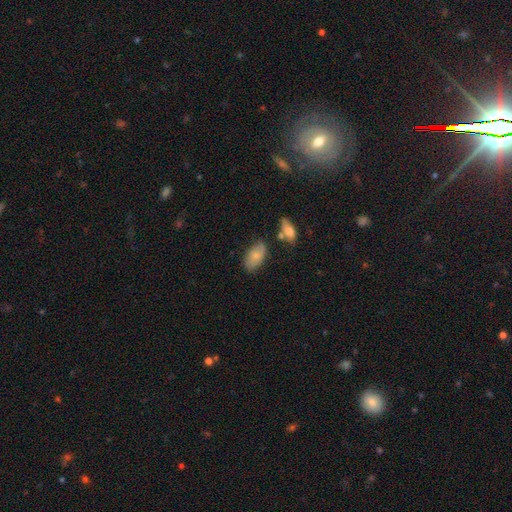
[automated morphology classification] This appears to be a smooth galaxy with no disk features (70%) that is in between round and cigar-shaped (93%). Merging: none (63%).